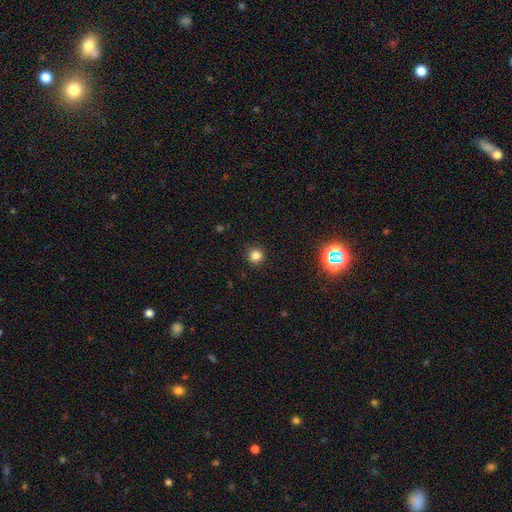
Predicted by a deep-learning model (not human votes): smooth-or-featured: smooth: 81% | star or artifact: 15% | featured or disk: 4%
  how-rounded: round: 94% | in between: 5% | cigar-shaped: 1%
  merging: none: 91% | minor disturbance: 6% | major disturbance: 2% | merger: 1%